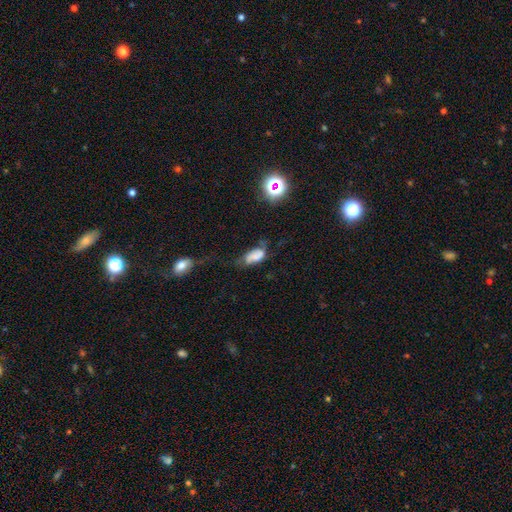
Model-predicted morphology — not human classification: Smooth or featured: smooth — 60% (featured or disk — 26%)
How rounded: in between — 87% (cigar-shaped — 7%)
Merging: none — 31% (tied with minor disturbance — 31%)